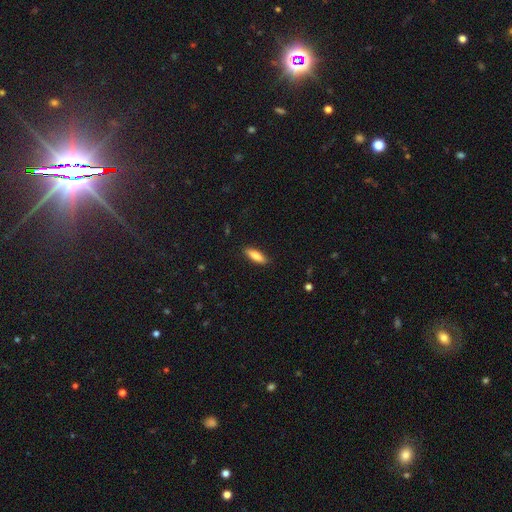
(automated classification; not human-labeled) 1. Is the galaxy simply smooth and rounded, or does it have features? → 80% smooth, 14% featured or disk, 6% star or artifact.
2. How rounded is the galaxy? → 52% in between, 46% cigar-shaped, 2% round.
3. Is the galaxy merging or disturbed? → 88% none, 9% minor disturbance, 2% major disturbance, 1% merger.